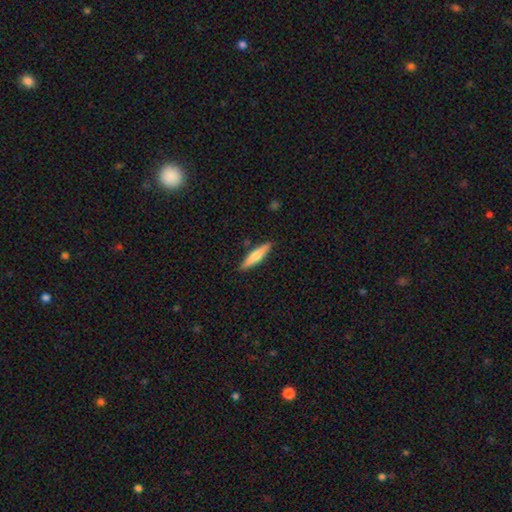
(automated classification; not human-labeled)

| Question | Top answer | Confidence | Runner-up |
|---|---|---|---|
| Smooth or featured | smooth | 59% | featured or disk (36%) |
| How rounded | cigar-shaped | 82% | in between (16%) |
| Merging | none | 87% | minor disturbance (9%) |